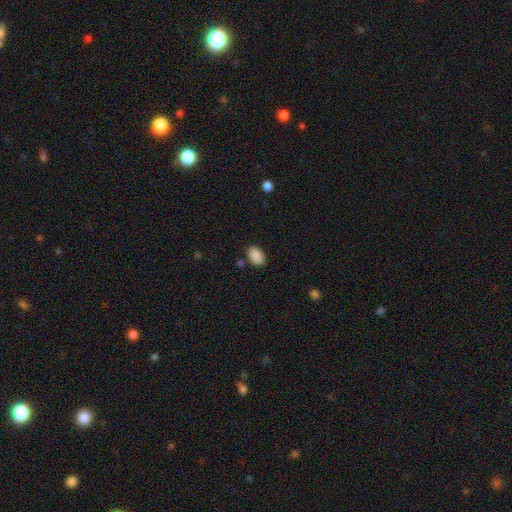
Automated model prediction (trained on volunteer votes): Morphology: type=smooth (89%); roundness=in between (87%); merging=none (84%).